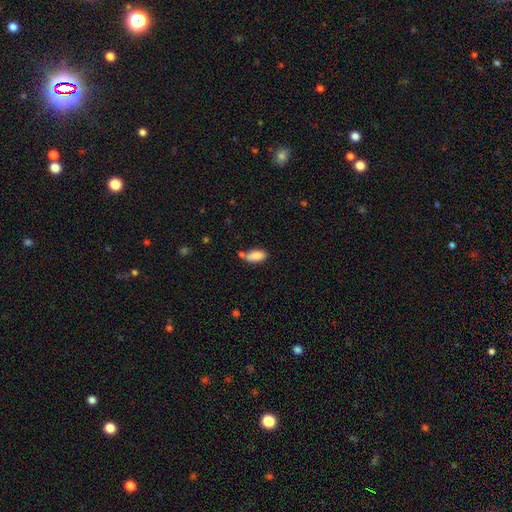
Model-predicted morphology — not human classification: A smooth galaxy with no disk features (86%) that is in between round and cigar-shaped (88%).

Vote fractions:
- Smooth or featured? smooth: 86% / star or artifact: 7% / featured or disk: 6%
- How rounded? in between: 88% / cigar-shaped: 9% / round: 2%
- Merging? none: 59% / minor disturbance: 20% / merger: 17% / major disturbance: 5%